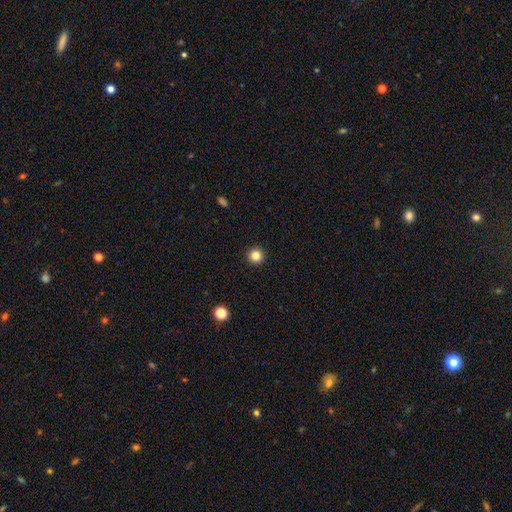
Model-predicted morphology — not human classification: smooth_or_featured: smooth (p=0.84) [alt: star or artifact p=0.12]
how_rounded: round (p=0.96) [alt: in between p=0.03]
merging: none (p=0.94) [alt: minor disturbance p=0.04]